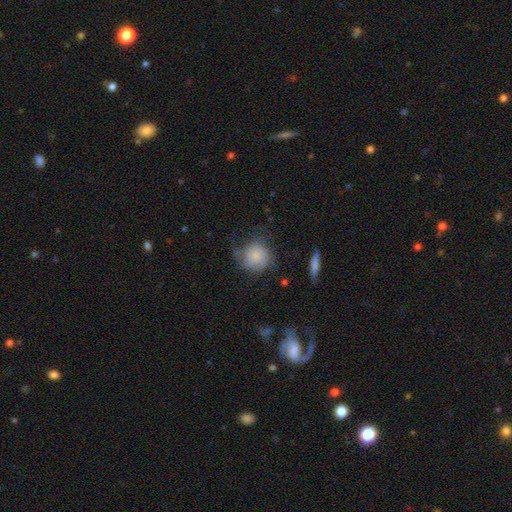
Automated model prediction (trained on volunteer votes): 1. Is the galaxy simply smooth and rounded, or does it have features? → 66% smooth, 26% featured or disk, 8% star or artifact.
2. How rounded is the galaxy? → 86% round, 13% in between, 1% cigar-shaped.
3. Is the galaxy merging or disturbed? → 51% none, 29% minor disturbance, 17% major disturbance, 3% merger.